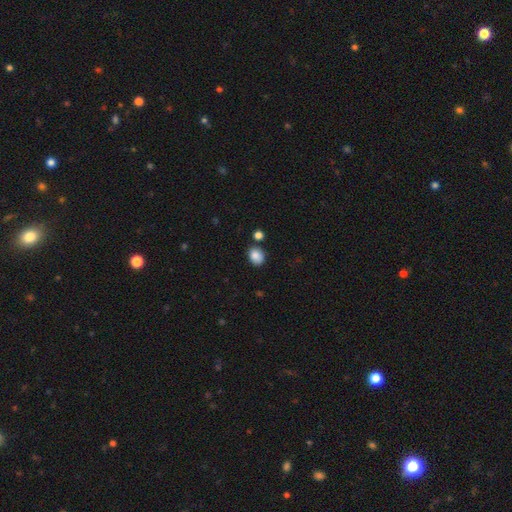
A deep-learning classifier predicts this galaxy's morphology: type=smooth (86%); roundness=in between (53%); merging=none (78%).